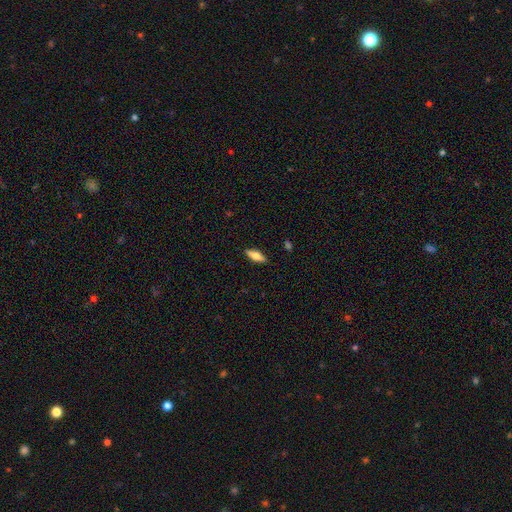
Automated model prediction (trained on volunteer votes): Smooth or featured? Predicted: smooth (p=0.60). How rounded? Predicted: in between (p=0.59). Merging? Predicted: none (p=0.88).